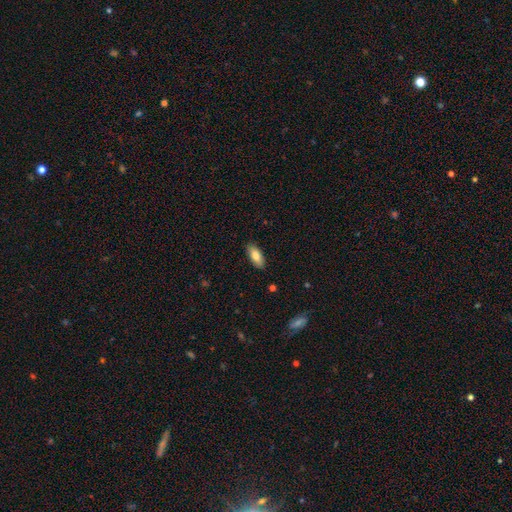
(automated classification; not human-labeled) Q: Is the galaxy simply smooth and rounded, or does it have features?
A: smooth — 78%.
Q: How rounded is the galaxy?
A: in between — 84%.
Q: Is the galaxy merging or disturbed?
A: none — 89%.